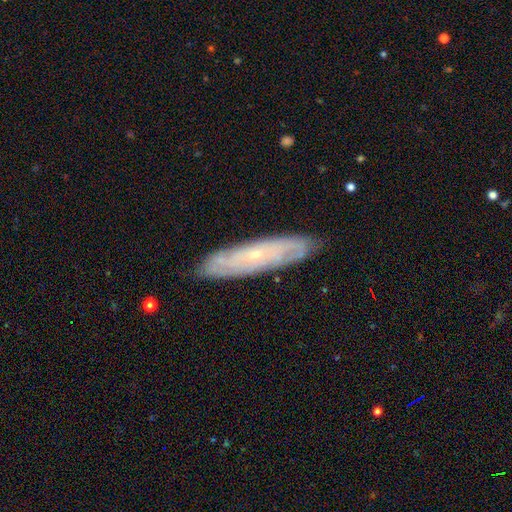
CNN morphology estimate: Overall: featured or disk (71%). Edge-on disk: no (66%; yes 34%). Merging: none (85%).